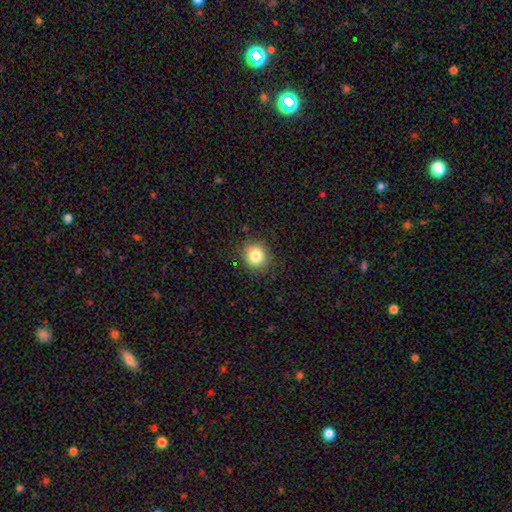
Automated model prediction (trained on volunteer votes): smooth_or_featured: smooth (p=0.82) [alt: star or artifact p=0.11]
how_rounded: round (p=0.85) [alt: in between p=0.14]
merging: none (p=0.87) [alt: minor disturbance p=0.09]